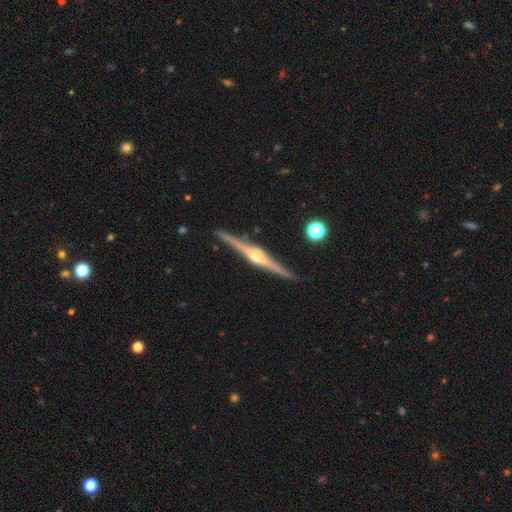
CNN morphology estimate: A featured or disk galaxy (87%) viewed edge-on (99%) with a rounded central bulge (91%).

Vote fractions:
- Smooth or featured? featured or disk: 87% / smooth: 8% / star or artifact: 5%
- Edge-on disk? yes: 99% / no: 1%
- Edge-on bulge? rounded: 91% / boxy: 6% / none: 3%
- Merging? none: 92% / minor disturbance: 6% / merger: 1% / major disturbance: 1%